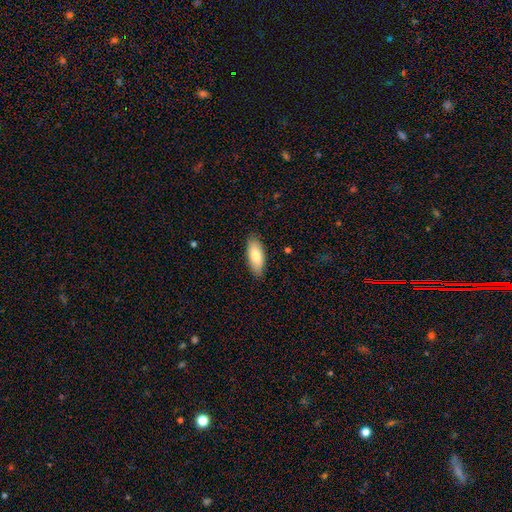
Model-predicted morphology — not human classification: type=smooth (79%); roundness=in between (82%); merging=none (86%).